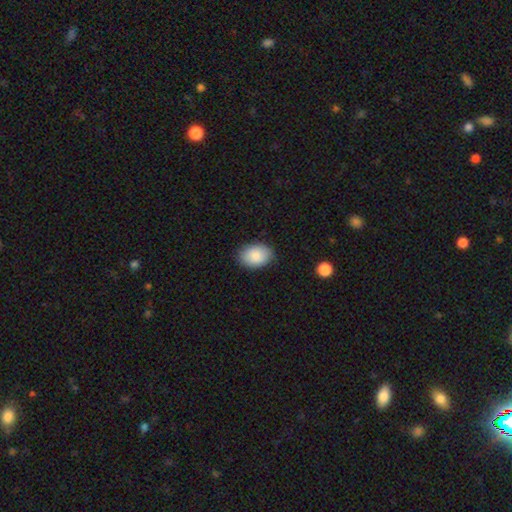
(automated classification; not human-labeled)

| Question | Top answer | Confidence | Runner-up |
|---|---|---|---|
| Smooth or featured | smooth | 87% | star or artifact (7%) |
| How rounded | in between | 82% | round (17%) |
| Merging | none | 86% | minor disturbance (11%) |